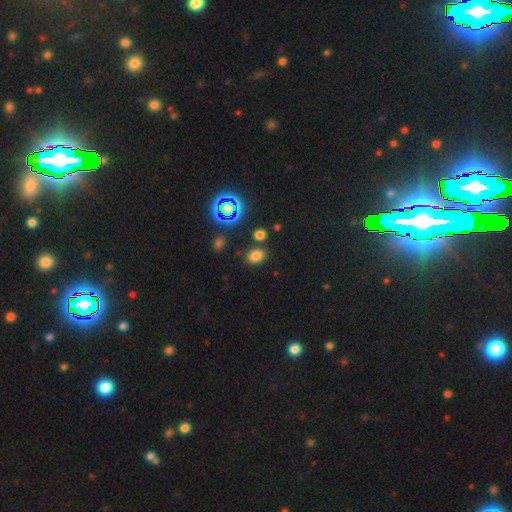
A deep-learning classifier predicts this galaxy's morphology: smooth_or_featured: smooth (p=0.72) [alt: star or artifact p=0.22]
how_rounded: in between (p=0.65) [alt: round p=0.33]
merging: none (p=0.80) [alt: minor disturbance p=0.11]